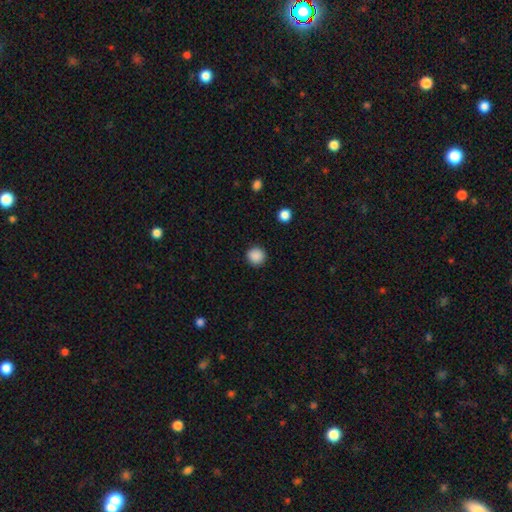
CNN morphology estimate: type=smooth (88%); roundness=round (94%); merging=none (91%).